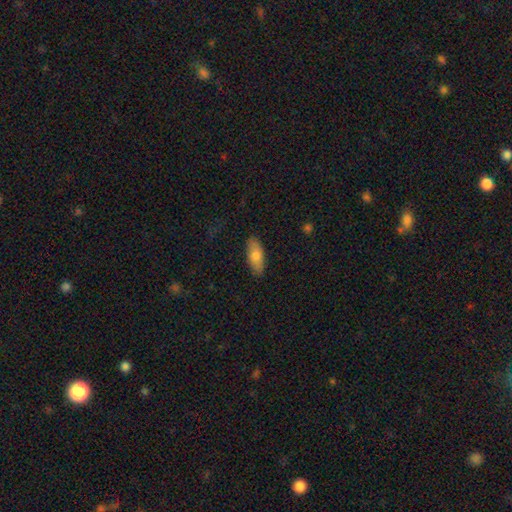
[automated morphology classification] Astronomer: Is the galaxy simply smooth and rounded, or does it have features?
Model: smooth — 76%.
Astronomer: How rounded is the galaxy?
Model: in between — 79%.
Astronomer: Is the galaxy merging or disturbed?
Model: none — 87%.